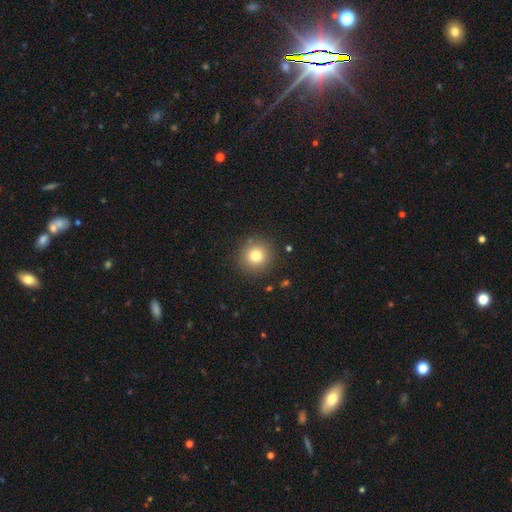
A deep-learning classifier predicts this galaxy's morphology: Smooth or featured? Predicted: smooth (p=0.80). How rounded? Predicted: round (p=0.94). Merging? Predicted: none (p=0.89).